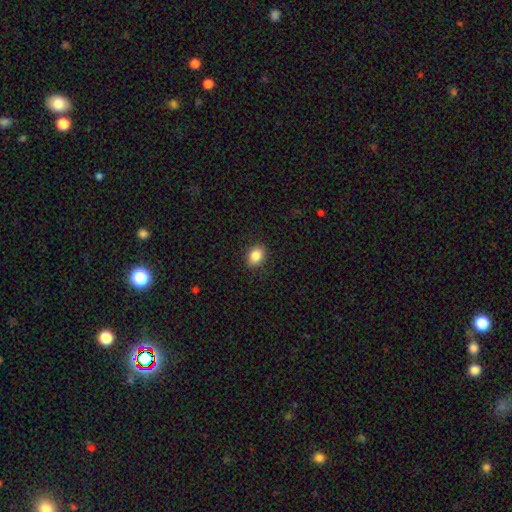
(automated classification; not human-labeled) smooth 86%, star or artifact 9%, featured or disk 5%. Down the decision tree: how rounded — in between (66%); merging — none (89%).